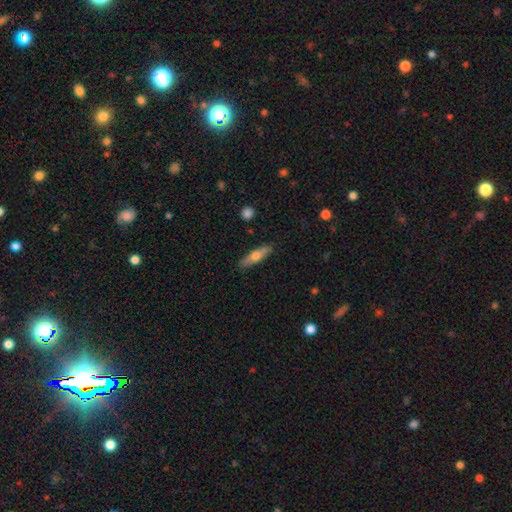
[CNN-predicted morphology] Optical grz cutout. It shows a smooth galaxy with no disk features (57%) that is cigar-shaped (69%). Merging: none (88%).